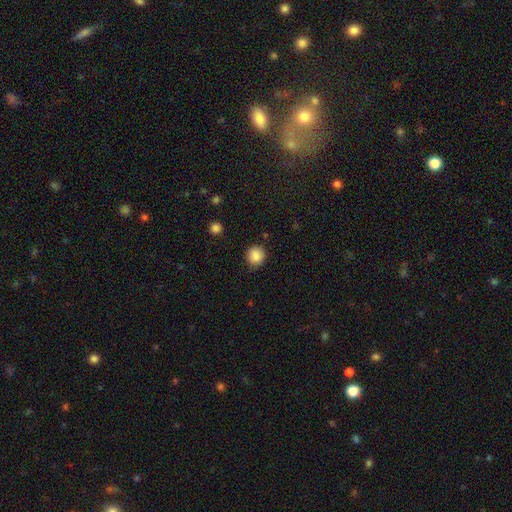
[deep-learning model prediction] This appears to be a smooth galaxy with no disk features (88%) that is round (90%). Merging: none (86%).